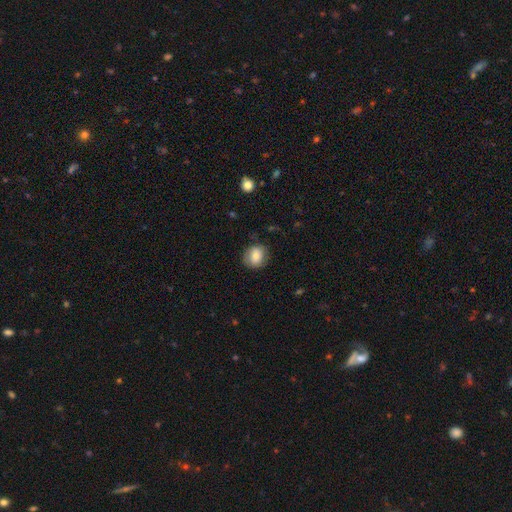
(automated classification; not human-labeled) A smooth galaxy with no disk features (76%) that is round (68%).

Vote fractions:
- Smooth or featured? smooth: 76% / featured or disk: 16% / star or artifact: 8%
- How rounded? round: 68% / in between: 31% / cigar-shaped: 1%
- Merging? none: 80% / minor disturbance: 15% / major disturbance: 4% / merger: 1%